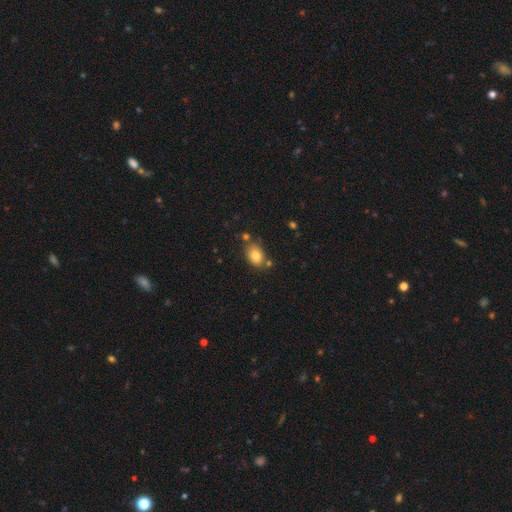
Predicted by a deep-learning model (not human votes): Overall: smooth (81%). How rounded: in between (73%). Merging: none (69%).